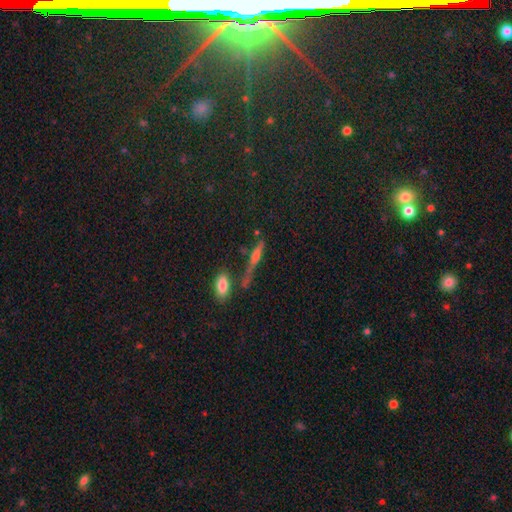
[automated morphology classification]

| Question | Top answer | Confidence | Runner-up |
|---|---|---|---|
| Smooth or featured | featured or disk | 46% | smooth (37%) |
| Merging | none | 62% | minor disturbance (16%) |